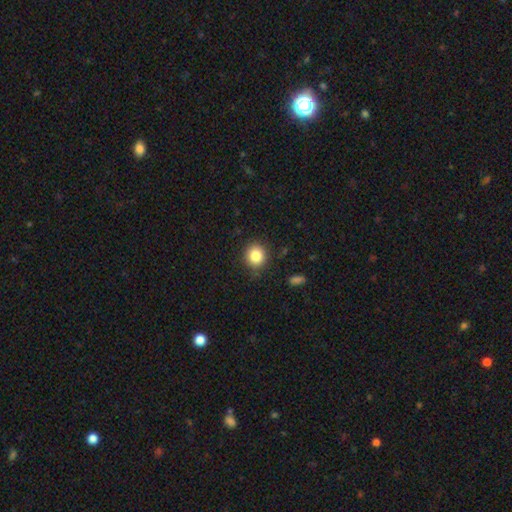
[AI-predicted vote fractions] smooth 85%, star or artifact 10%, featured or disk 6%. Down the decision tree: how rounded — round (87%); merging — none (86%).